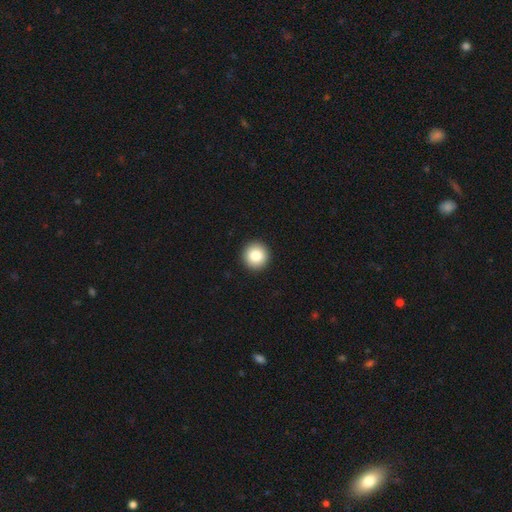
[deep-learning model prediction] Q: Smooth or featured?
A: smooth (83%); runner-up: star or artifact (9%)
Q: How rounded?
A: round (95%); runner-up: in between (4%)
Q: Merging?
A: none (94%); runner-up: minor disturbance (4%)